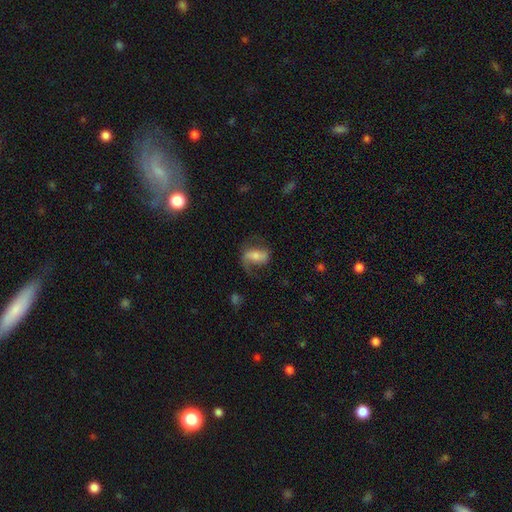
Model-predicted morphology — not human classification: featured or disk 58%, smooth 34%, star or artifact 8%. Down the decision tree: edge-on disk — no (95%); bar — strong (38%); spiral arms — yes (85%); bulge size — moderate (38%); merging — none (53%).